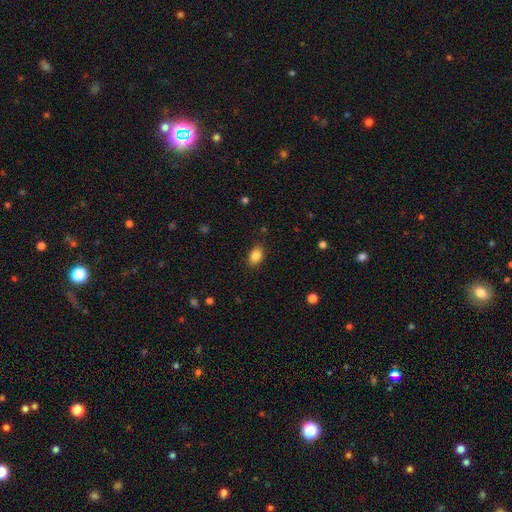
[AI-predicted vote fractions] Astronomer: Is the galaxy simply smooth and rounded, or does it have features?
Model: smooth — 86%.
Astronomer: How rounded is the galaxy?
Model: in between — 82%.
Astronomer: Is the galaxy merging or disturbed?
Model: none — 86%.